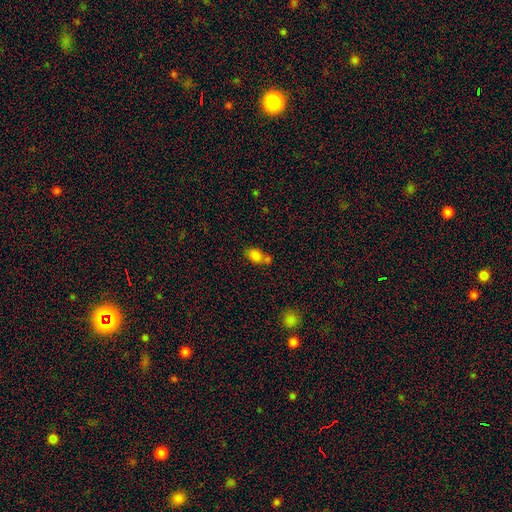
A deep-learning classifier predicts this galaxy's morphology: smooth 81%, star or artifact 11%, featured or disk 8%. Down the decision tree: how rounded — in between (85%); merging — none (44%).